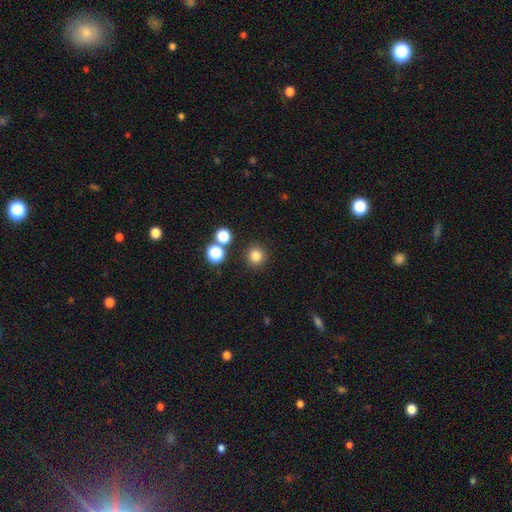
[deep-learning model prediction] Smooth or featured? smooth (81%)
How rounded? round (93%)
Merging? none (88%)